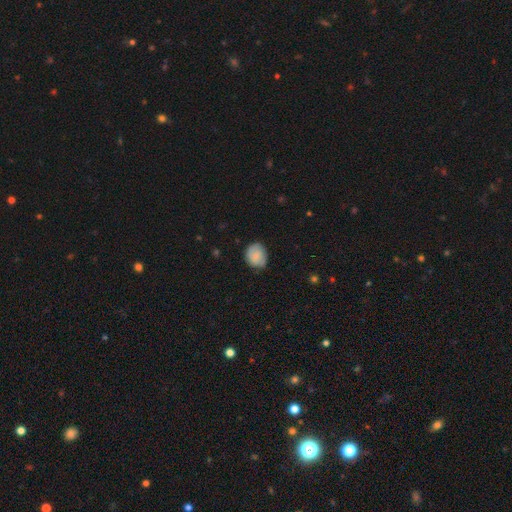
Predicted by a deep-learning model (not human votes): A smooth galaxy with no disk features (78%) that is round (63%). Merging: none (70%).